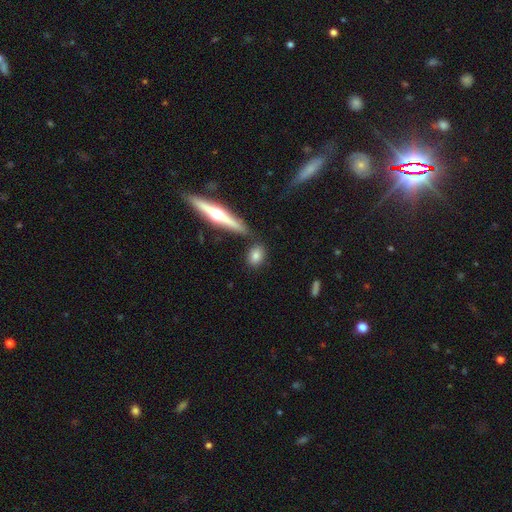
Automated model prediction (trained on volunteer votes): Smooth or featured? Predicted: smooth (p=0.75). How rounded? Predicted: in between (p=0.63). Merging? Predicted: none (p=0.77).